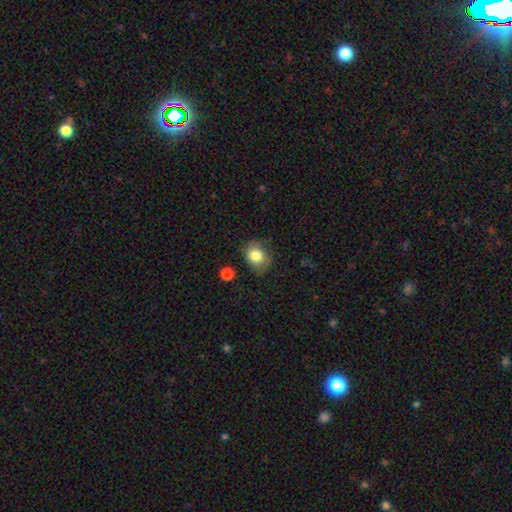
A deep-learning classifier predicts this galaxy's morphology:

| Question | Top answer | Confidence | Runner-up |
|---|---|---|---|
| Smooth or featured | smooth | 81% | featured or disk (10%) |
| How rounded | round | 55% | in between (44%) |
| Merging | none | 65% | minor disturbance (25%) |